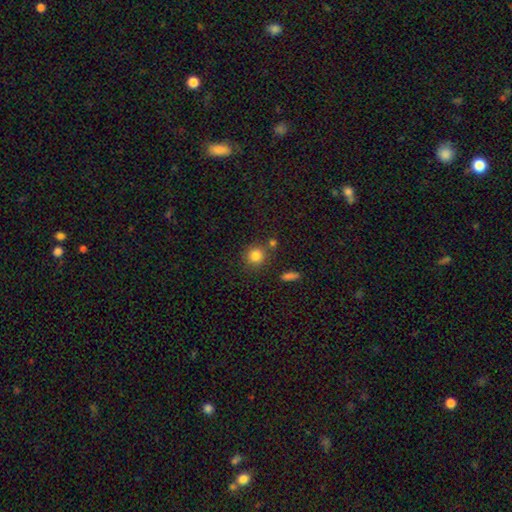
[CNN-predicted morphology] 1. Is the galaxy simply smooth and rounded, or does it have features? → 83% smooth, 11% star or artifact, 6% featured or disk.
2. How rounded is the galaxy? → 89% round, 10% in between, 1% cigar-shaped.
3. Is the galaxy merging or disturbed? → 76% none, 12% merger, 9% minor disturbance, 3% major disturbance.